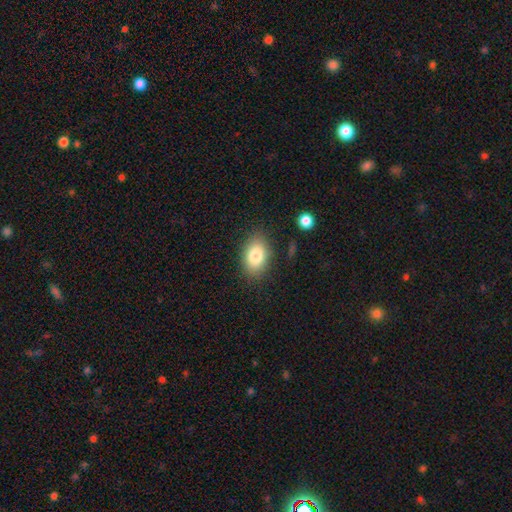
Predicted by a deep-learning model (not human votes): Overall: smooth (82%). How rounded: in between (86%). Merging: none (82%).